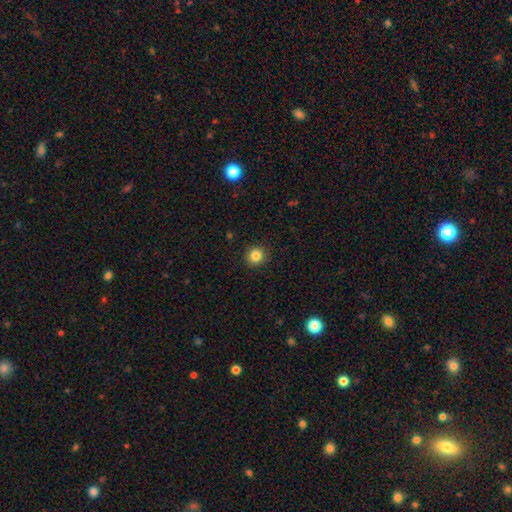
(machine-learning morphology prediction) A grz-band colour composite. It shows a smooth galaxy with no disk features (84%) that is round (90%). Merging: none (91%).